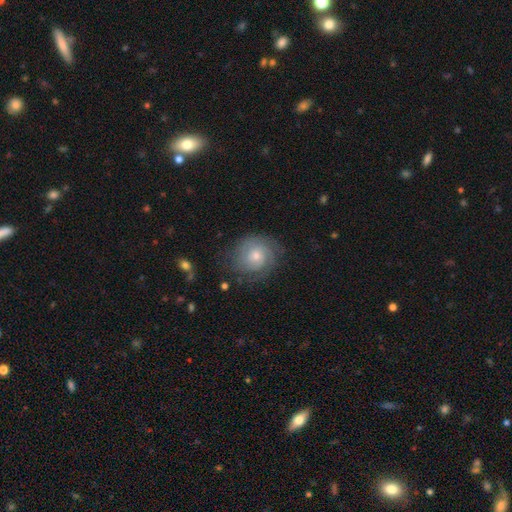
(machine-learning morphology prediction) Smooth or featured? Predicted: featured or disk (p=0.68). Edge-on disk? Predicted: no (p=0.97). Bar? Predicted: no (p=0.78). Spiral arms? Predicted: yes (p=0.90). Spiral winding? Predicted: tight (p=0.68). Spiral arm count? Predicted: can't tell (p=0.39). Bulge size? Predicted: small (p=0.52). Merging? Predicted: none (p=0.75).